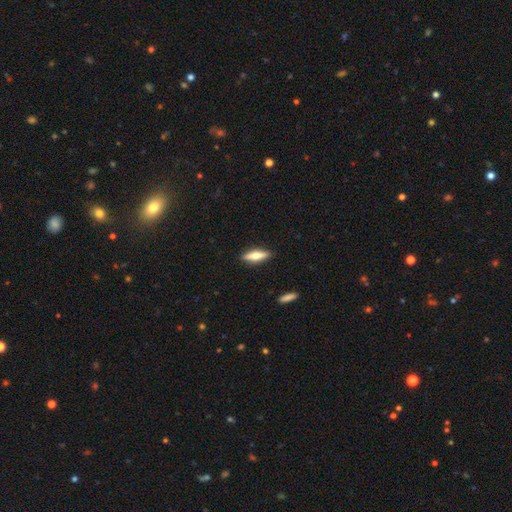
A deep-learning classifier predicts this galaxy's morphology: A smooth galaxy with no disk features (52%) that is cigar-shaped (65%). Merging: none (89%).